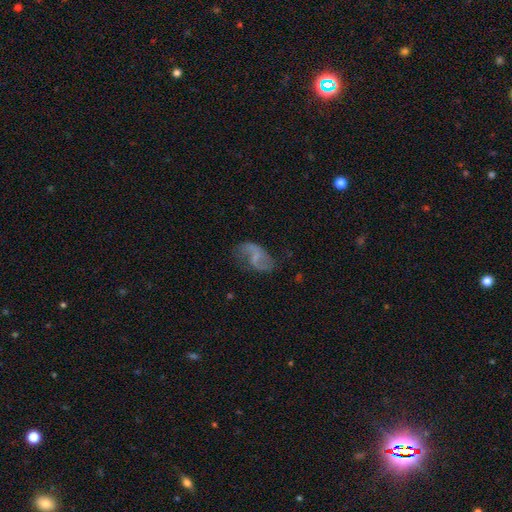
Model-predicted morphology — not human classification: This is likely a featured or disk galaxy (70%). It is clearly not viewed edge-on (97%). Bar: possibly weak (46%). Spiral arm pattern: clearly yes (85%). Spiral arm count: clearly 2 (85%). Spiral winding: likely loose (68%). Central bulge: possibly none (52%). Merging: possibly none (59%).